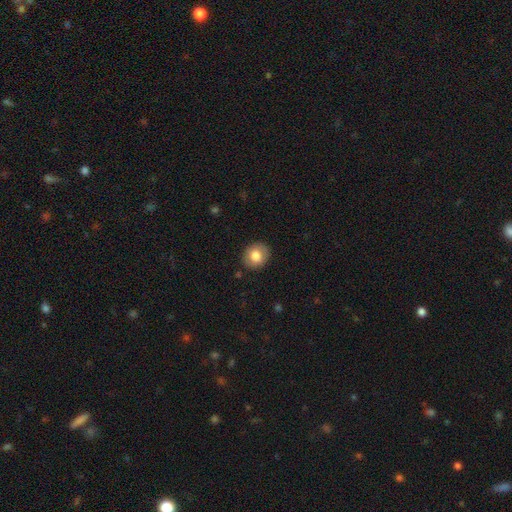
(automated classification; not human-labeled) Smooth or featured?
  - smooth: 80% *
  - featured or disk: 13%
  - star or artifact: 8%
How rounded?
  - round: 74% *
  - in between: 25%
  - cigar-shaped: 1%
Merging?
  - none: 87% *
  - minor disturbance: 9%
  - major disturbance: 2%
  - merger: 1%